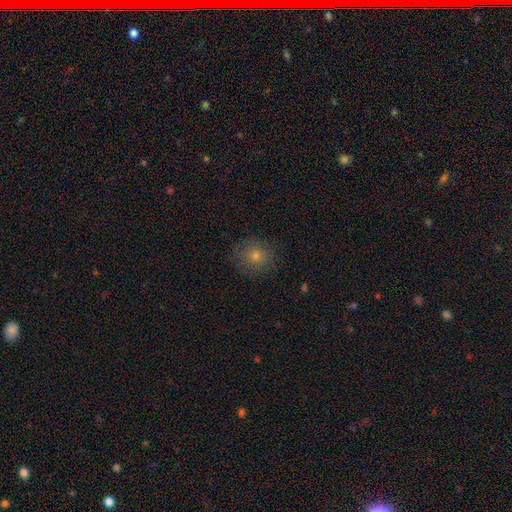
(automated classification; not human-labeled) smooth_or_featured: smooth (p=0.67) [alt: star or artifact p=0.19]
how_rounded: round (p=0.88) [alt: in between p=0.11]
merging: none (p=0.85) [alt: minor disturbance p=0.11]